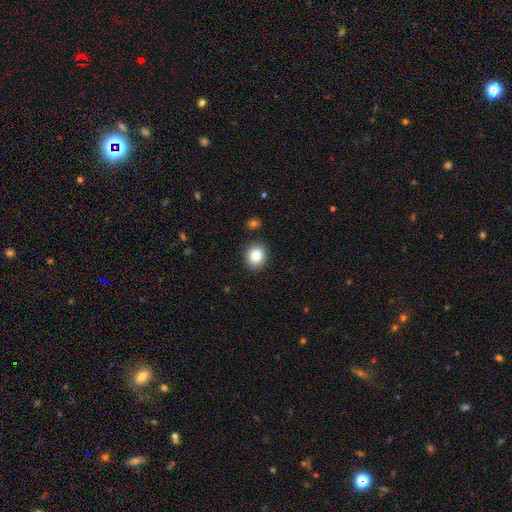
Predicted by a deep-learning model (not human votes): smooth 84%, star or artifact 9%, featured or disk 7%. Down the decision tree: how rounded — round (78%); merging — none (89%).